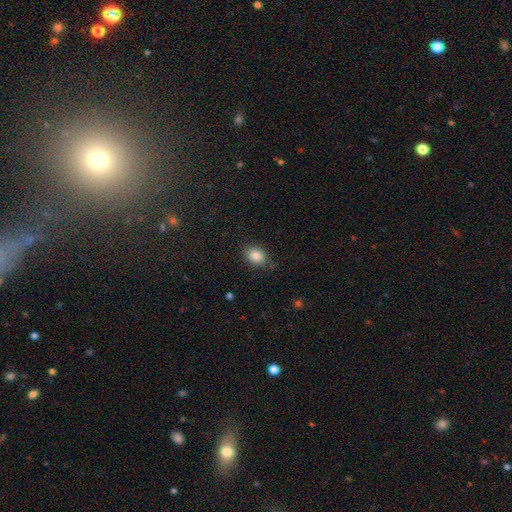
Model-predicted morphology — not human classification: A smooth galaxy with no disk features (85%) that is in between round and cigar-shaped (67%). Merging: none (79%).